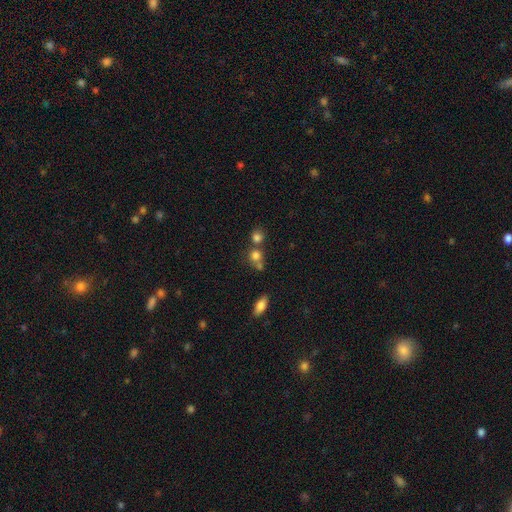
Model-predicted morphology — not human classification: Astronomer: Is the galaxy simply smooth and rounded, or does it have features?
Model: smooth — 77%.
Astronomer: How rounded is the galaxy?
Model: round — 83%.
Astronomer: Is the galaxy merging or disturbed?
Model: none — 49% (runner-up: merger, 38%).